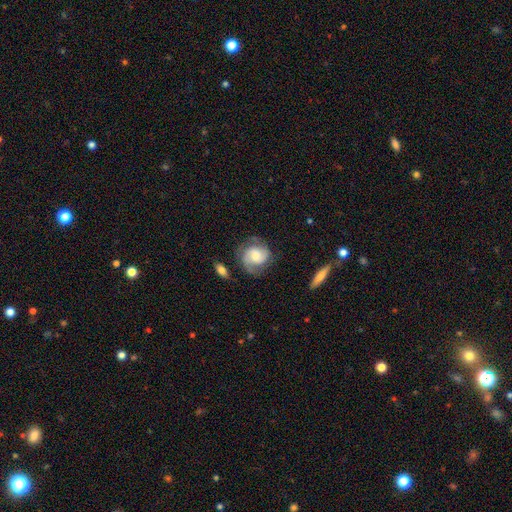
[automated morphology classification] Smooth or featured? featured or disk (70%)
Edge-on disk? no (97%)
Bar? no (57%)
Spiral arms? yes (94%)
Spiral winding? medium (46%)
Spiral arm count? 2 (75%)
Bulge size? moderate (45%)
Merging? none (72%)